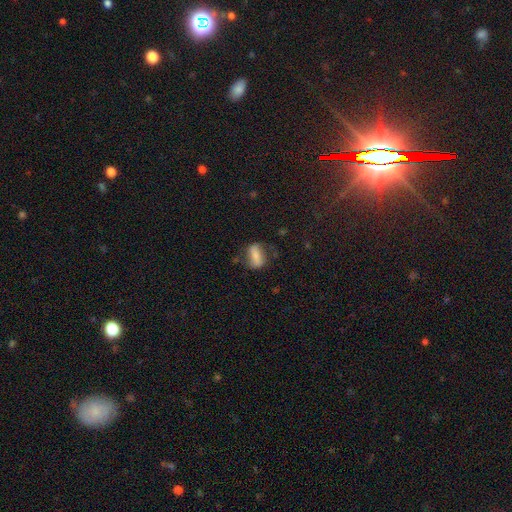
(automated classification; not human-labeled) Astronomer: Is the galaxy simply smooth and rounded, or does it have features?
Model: smooth — 60%.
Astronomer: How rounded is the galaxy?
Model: in between — 72%.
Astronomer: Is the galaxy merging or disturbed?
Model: none — 64%.